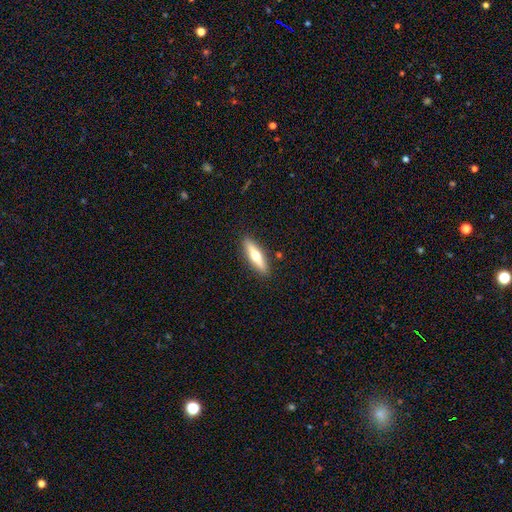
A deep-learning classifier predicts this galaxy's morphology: Smooth or featured?
  - smooth: 51% *
  - featured or disk: 43%
  - star or artifact: 6%
How rounded?
  - cigar-shaped: 70% *
  - in between: 28%
  - round: 2%
Merging?
  - none: 90% *
  - minor disturbance: 7%
  - major disturbance: 2%
  - merger: 1%